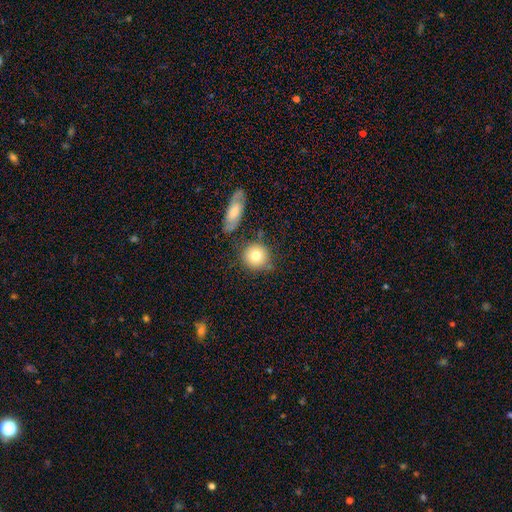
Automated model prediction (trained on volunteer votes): smooth-or-featured: smooth: 79% | featured or disk: 13% | star or artifact: 8%
  how-rounded: round: 88% | in between: 11% | cigar-shaped: 1%
  merging: none: 72% | minor disturbance: 14% | merger: 10% | major disturbance: 4%